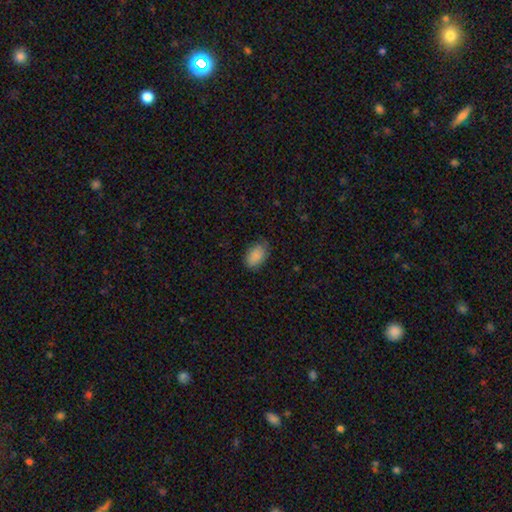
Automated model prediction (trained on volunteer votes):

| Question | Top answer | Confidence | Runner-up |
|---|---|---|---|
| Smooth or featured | smooth | 87% | star or artifact (7%) |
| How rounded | in between | 91% | round (7%) |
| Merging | none | 77% | minor disturbance (18%) |